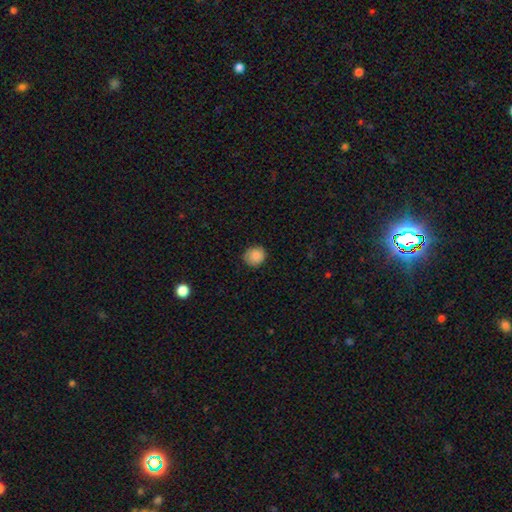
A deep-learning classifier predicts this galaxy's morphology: Smooth or featured: smooth — 86% (star or artifact — 9%)
How rounded: round — 83% (in between — 16%)
Merging: none — 83% (minor disturbance — 13%)